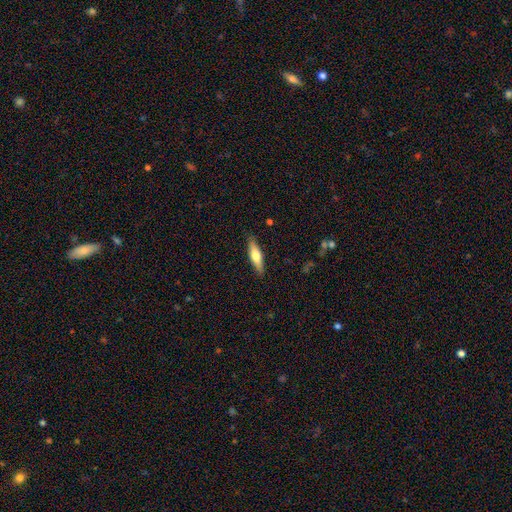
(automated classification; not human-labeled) A smooth galaxy with no disk features (58%) that is cigar-shaped (68%).

Vote fractions:
- Smooth or featured? smooth: 58% / featured or disk: 37% / star or artifact: 6%
- How rounded? cigar-shaped: 68% / in between: 30% / round: 2%
- Merging? none: 87% / minor disturbance: 10% / major disturbance: 2% / merger: 1%